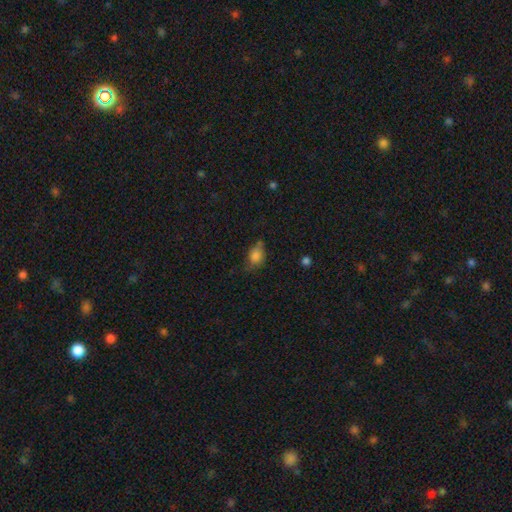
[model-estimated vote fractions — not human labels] This is likely a smooth galaxy (79%). How rounded: likely in between (74%). Merging: marginally none (43%).